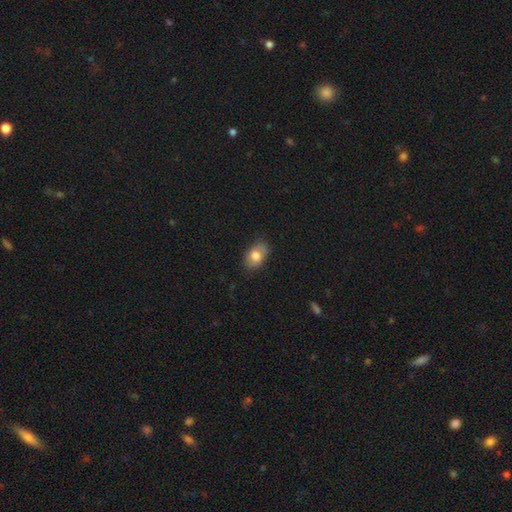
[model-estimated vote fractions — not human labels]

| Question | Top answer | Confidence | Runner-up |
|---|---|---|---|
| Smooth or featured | smooth | 71% | featured or disk (21%) |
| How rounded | in between | 86% | round (12%) |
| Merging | none | 76% | minor disturbance (19%) |